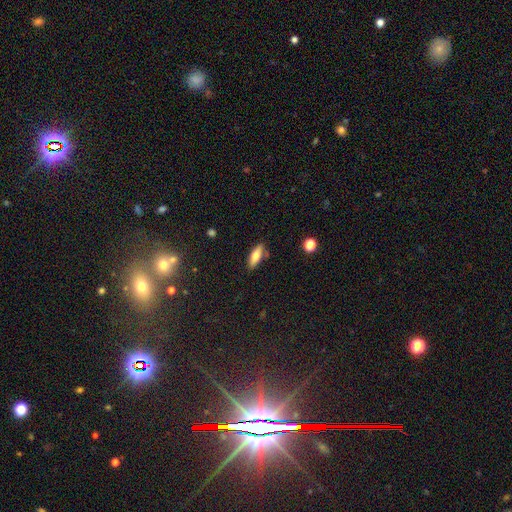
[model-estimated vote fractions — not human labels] Morphology: type=smooth (72%); roundness=in between (66%); merging=none (81%).